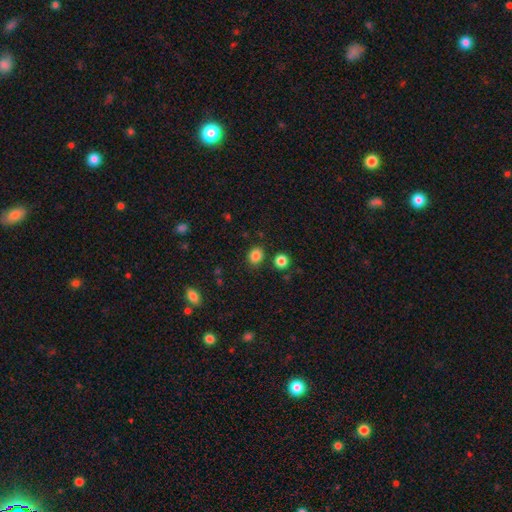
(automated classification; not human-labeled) Morphology: type=smooth (84%); roundness=round (64%); merging=none (83%).